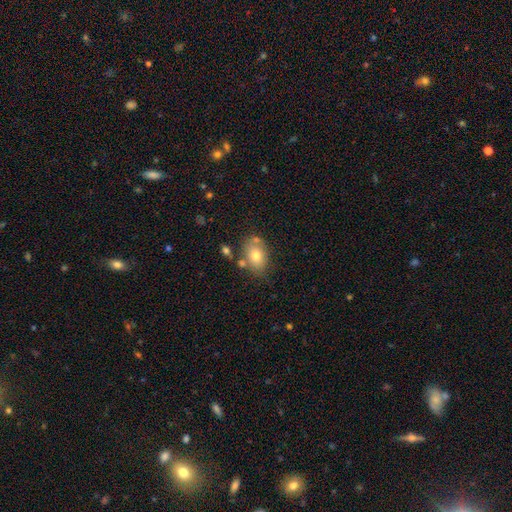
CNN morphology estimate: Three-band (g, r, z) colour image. It shows a smooth galaxy with no disk features (74%) that is in between round and cigar-shaped (81%). Merging: none (67%).